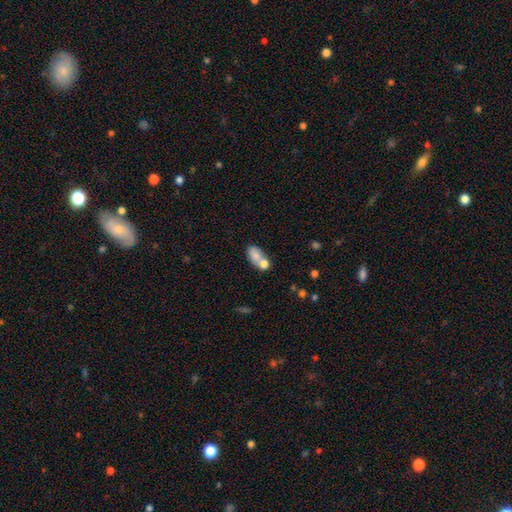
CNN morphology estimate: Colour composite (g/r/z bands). It shows a smooth galaxy with no disk features (73%) that is in between round and cigar-shaped (83%). Merging: merger (53%).